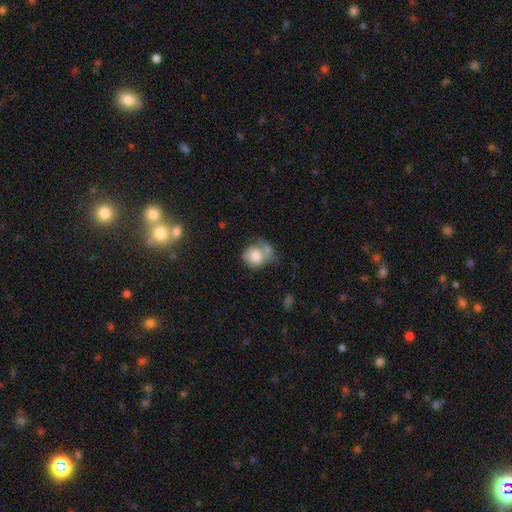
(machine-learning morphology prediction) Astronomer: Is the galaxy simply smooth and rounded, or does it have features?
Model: smooth — 74%.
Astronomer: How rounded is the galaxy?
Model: round — 63%.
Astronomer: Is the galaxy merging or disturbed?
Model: merger — 40% (runner-up: none, 28%).